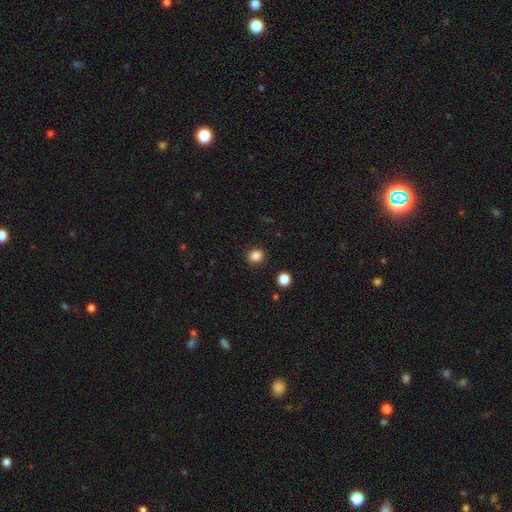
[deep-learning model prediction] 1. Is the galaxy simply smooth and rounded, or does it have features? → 85% smooth, 11% star or artifact, 4% featured or disk.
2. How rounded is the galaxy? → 76% round, 24% in between, 1% cigar-shaped.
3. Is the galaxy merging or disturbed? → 90% none, 6% minor disturbance, 2% major disturbance, 2% merger.